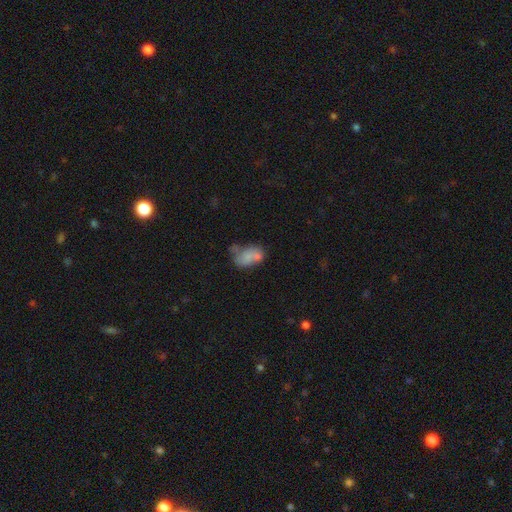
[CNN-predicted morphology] Smooth or featured? smooth (66%)
How rounded? in between (83%)
Merging? merger (36%)